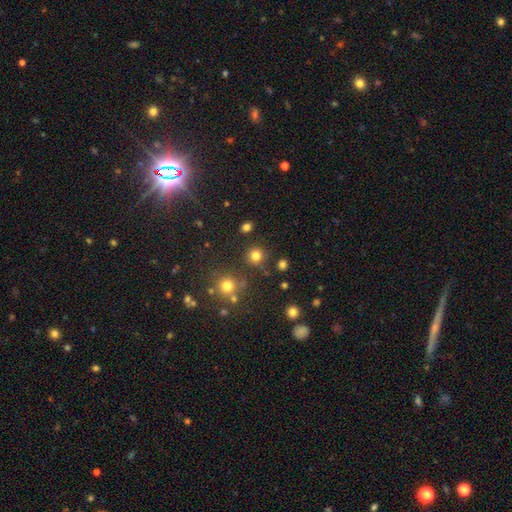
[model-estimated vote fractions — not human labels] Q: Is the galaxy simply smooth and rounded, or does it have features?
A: smooth — 79%.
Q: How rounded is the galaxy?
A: round — 93%.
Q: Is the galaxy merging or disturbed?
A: none — 84%.